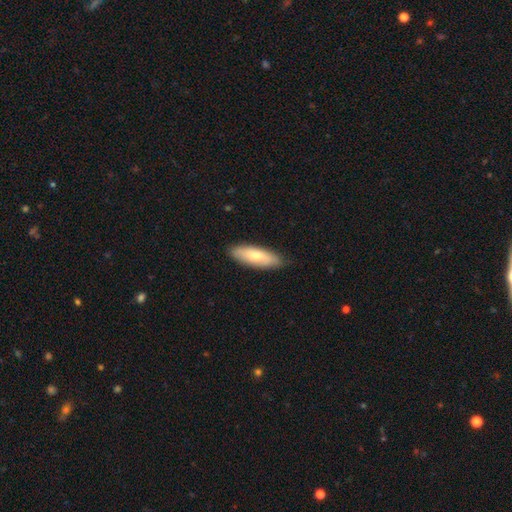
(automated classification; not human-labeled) Smooth or featured?
  - smooth: 70% *
  - featured or disk: 25%
  - star or artifact: 6%
How rounded?
  - in between: 62% *
  - cigar-shaped: 36%
  - round: 2%
Merging?
  - none: 82% *
  - minor disturbance: 15%
  - major disturbance: 2%
  - merger: 1%